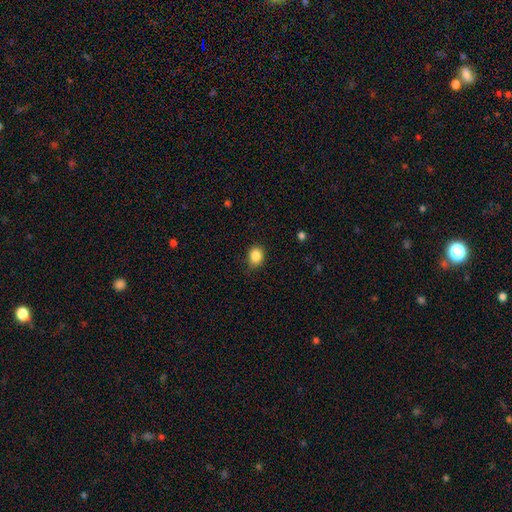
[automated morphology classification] A smooth galaxy with no disk features (87%) that is round (50%).

Vote fractions:
- Smooth or featured? smooth: 87% / star or artifact: 9% / featured or disk: 4%
- How rounded? round: 50% / in between: 49% / cigar-shaped: 1%
- Merging? none: 83% / minor disturbance: 13% / major disturbance: 3% / merger: 1%